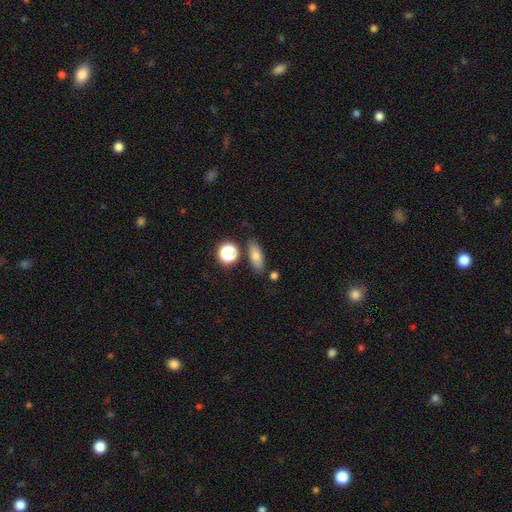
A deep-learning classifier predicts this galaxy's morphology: smooth_or_featured: smooth (p=0.71) [alt: featured or disk p=0.15]
how_rounded: in between (p=0.64) [alt: cigar-shaped p=0.26]
merging: none (p=0.80) [alt: minor disturbance p=0.11]